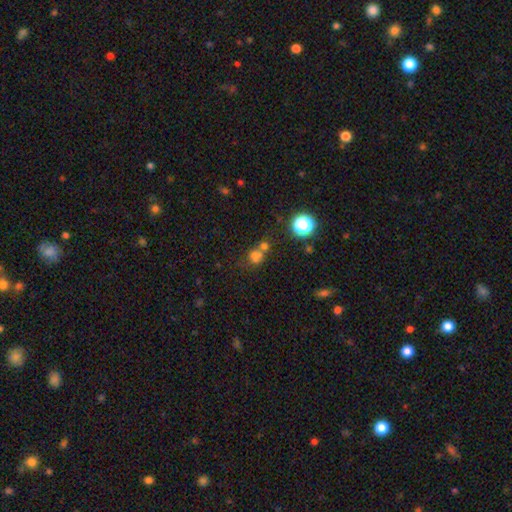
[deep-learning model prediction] Morphology: type=smooth (65%); roundness=round (75%); merging=none (42%).